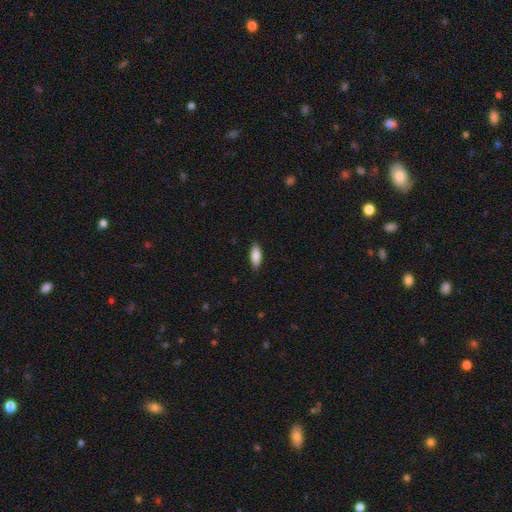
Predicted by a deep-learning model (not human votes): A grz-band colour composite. It shows a smooth galaxy with no disk features (83%) that is in between round and cigar-shaped (70%). Merging: none (87%).